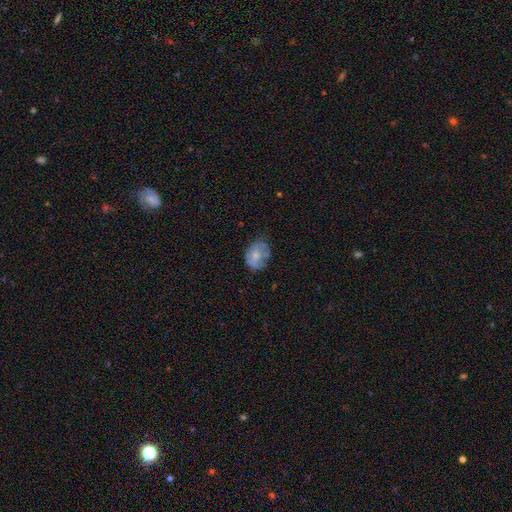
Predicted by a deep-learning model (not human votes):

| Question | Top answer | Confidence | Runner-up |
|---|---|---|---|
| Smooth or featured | smooth | 55% | featured or disk (37%) |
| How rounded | in between | 58% | round (41%) |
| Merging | none | 54% | minor disturbance (30%) |